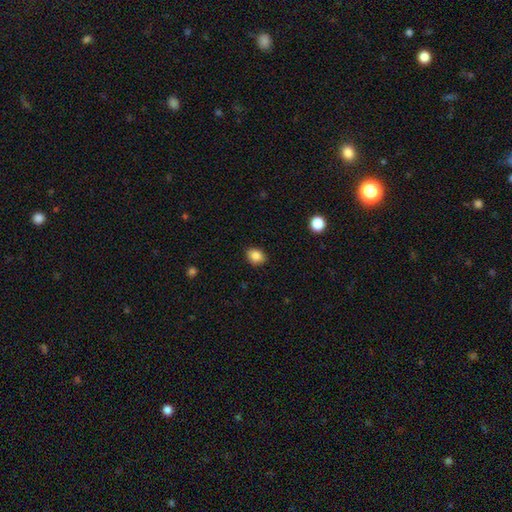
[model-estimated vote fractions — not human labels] The model was most divided on "how rounded": in between: 50%, round: 49%, cigar-shaped: 1%. More confident: merging — none (87%); smooth or featured — smooth (86%).